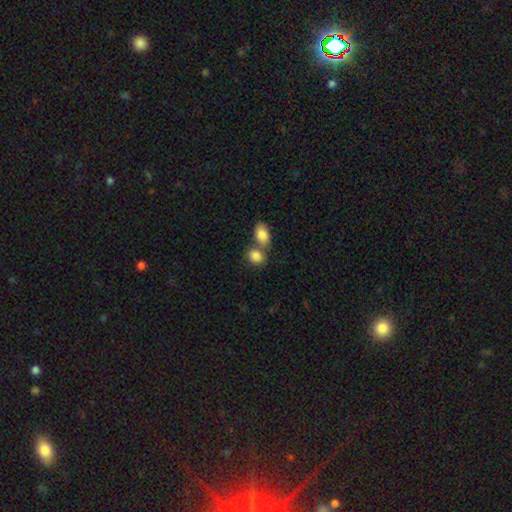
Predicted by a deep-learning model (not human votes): smooth_or_featured: smooth (p=0.86) [alt: star or artifact p=0.08]
how_rounded: in between (p=0.66) [alt: round p=0.33]
merging: merger (p=0.47) [alt: none p=0.41]